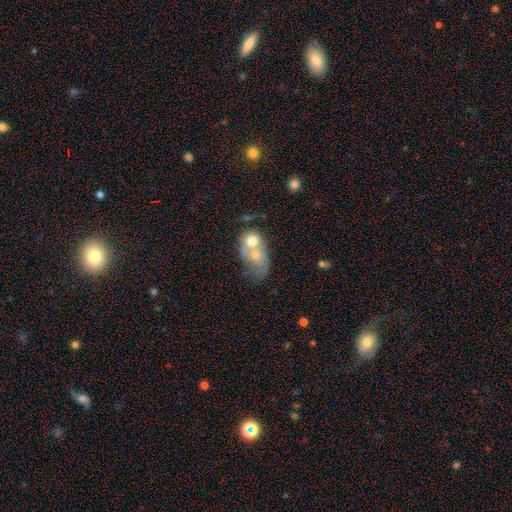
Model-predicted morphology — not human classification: Smooth or featured?
  - smooth: 56% *
  - featured or disk: 36%
  - star or artifact: 7%
How rounded?
  - in between: 63% *
  - round: 35%
  - cigar-shaped: 2%
Merging?
  - merger: 76% *
  - none: 9%
  - major disturbance: 8%
  - minor disturbance: 6%